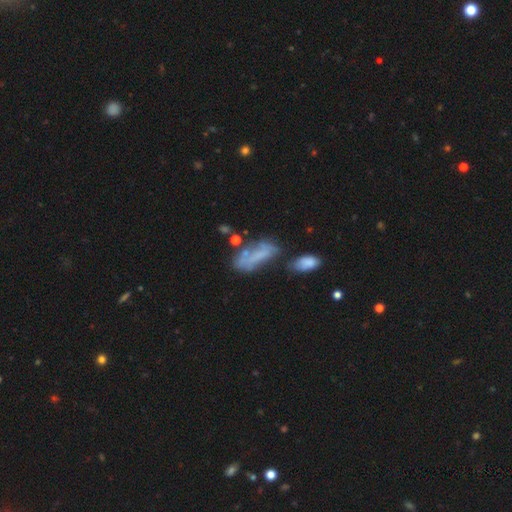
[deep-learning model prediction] Smooth or featured? Predicted: smooth (p=0.50). Merging? Predicted: none (p=0.38).